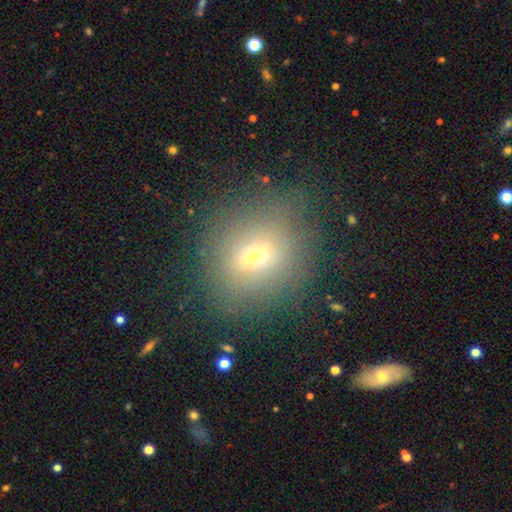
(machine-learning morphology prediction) Overall: smooth (55%; featured or disk 24%). How rounded: round (71%). Merging: none (79%).